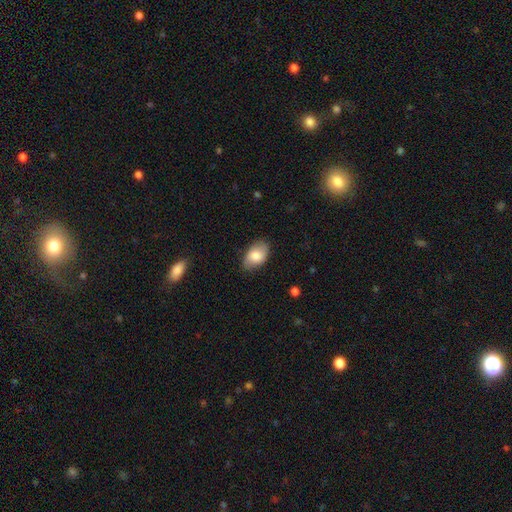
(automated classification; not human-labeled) smooth-or-featured: smooth: 76% | featured or disk: 17% | star or artifact: 7%
  how-rounded: in between: 91% | round: 7% | cigar-shaped: 1%
  merging: none: 79% | minor disturbance: 17% | major disturbance: 3% | merger: 1%